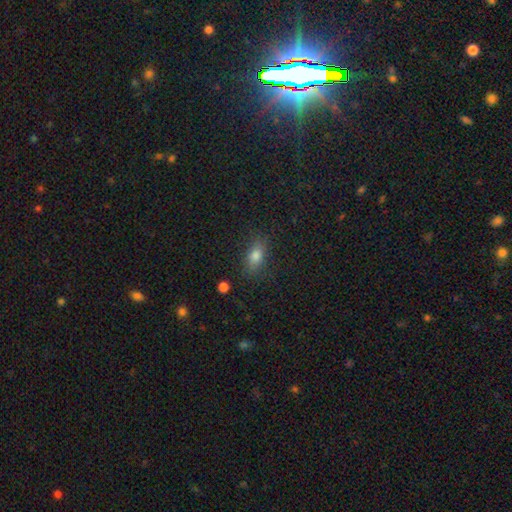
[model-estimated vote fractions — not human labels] Smooth or featured? Predicted: smooth (p=0.79). How rounded? Predicted: in between (p=0.81). Merging? Predicted: none (p=0.83).